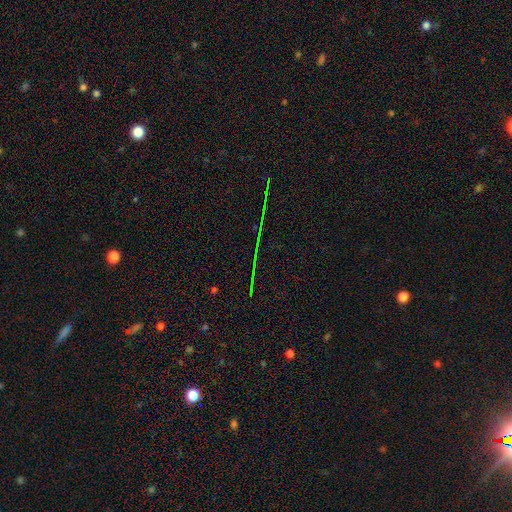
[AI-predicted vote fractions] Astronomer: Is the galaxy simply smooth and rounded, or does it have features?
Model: star or artifact — 76%.